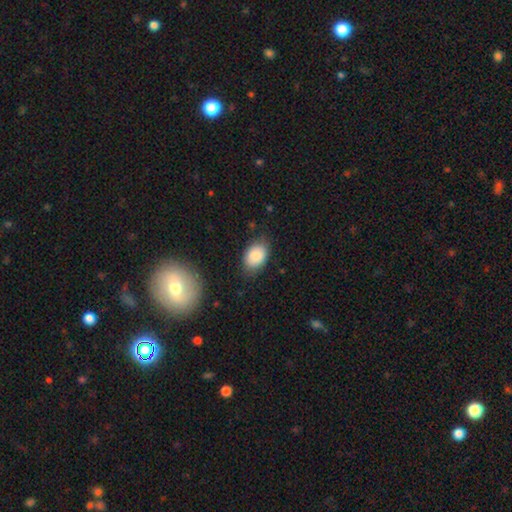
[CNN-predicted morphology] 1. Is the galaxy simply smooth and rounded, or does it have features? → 85% smooth, 7% star or artifact, 7% featured or disk.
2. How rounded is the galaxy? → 83% in between, 16% round, 1% cigar-shaped.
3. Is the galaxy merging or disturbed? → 79% none, 16% minor disturbance, 4% major disturbance, 2% merger.